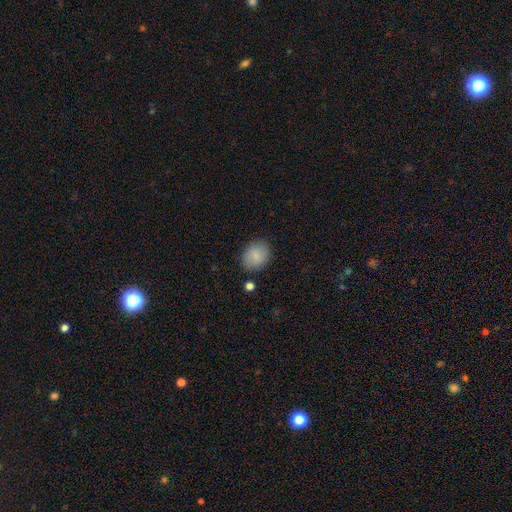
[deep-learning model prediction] Smooth or featured? Predicted: smooth (p=0.84). How rounded? Predicted: in between (p=0.51). Merging? Predicted: none (p=0.83).